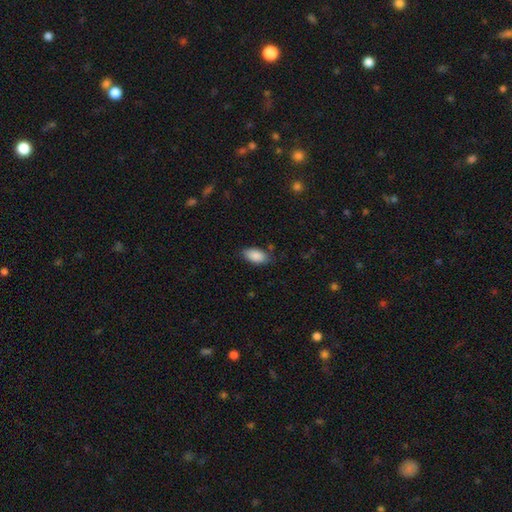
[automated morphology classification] Q: Smooth or featured?
A: smooth (89%); runner-up: star or artifact (7%)
Q: How rounded?
A: in between (93%); runner-up: cigar-shaped (4%)
Q: Merging?
A: none (77%); runner-up: minor disturbance (17%)